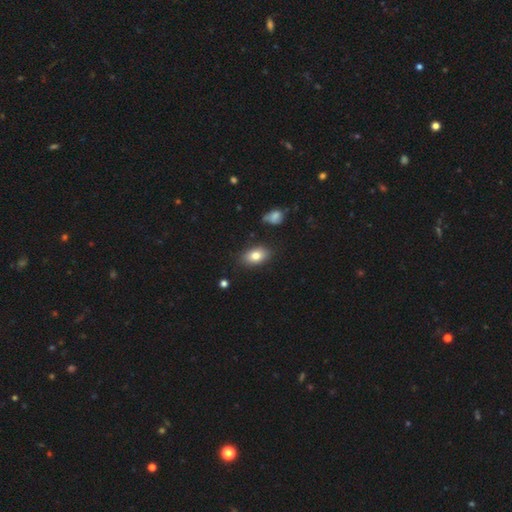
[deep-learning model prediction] The model was most divided on "smooth or featured": smooth: 80%, featured or disk: 12%, star or artifact: 8%. More confident: how rounded — in between (87%); merging — none (83%).